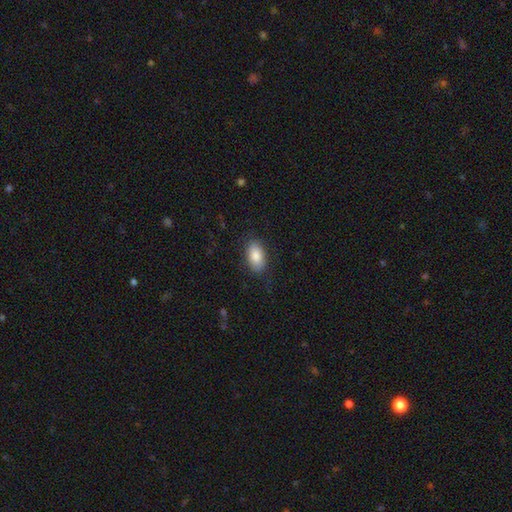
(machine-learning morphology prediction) Smooth or featured? Predicted: smooth (p=0.85). How rounded? Predicted: in between (p=0.93). Merging? Predicted: none (p=0.82).